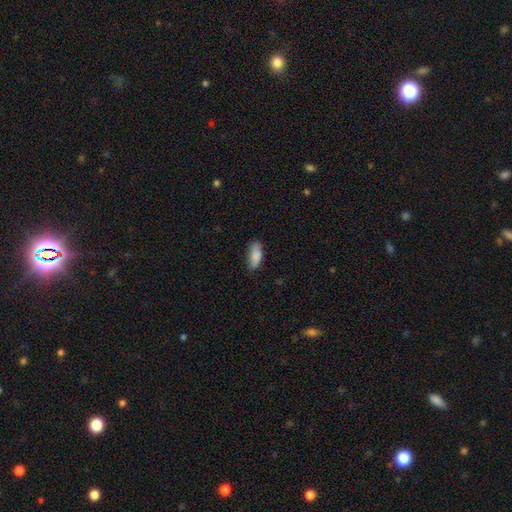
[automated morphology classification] Q: Smooth or featured?
A: smooth (86%); runner-up: featured or disk (7%)
Q: How rounded?
A: in between (79%); runner-up: cigar-shaped (19%)
Q: Merging?
A: none (77%); runner-up: minor disturbance (19%)